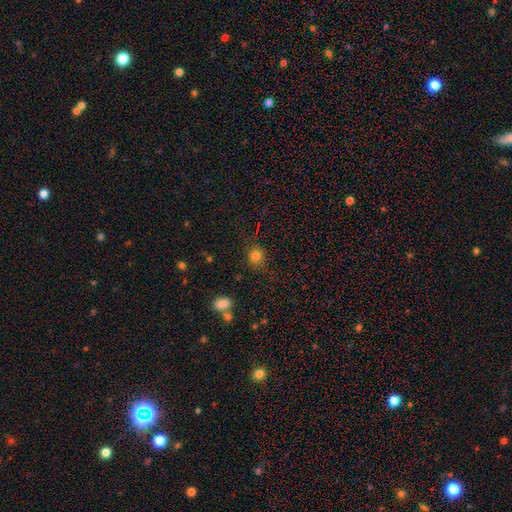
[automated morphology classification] smooth 79%, star or artifact 14%, featured or disk 7%. Down the decision tree: how rounded — round (75%); merging — none (83%).